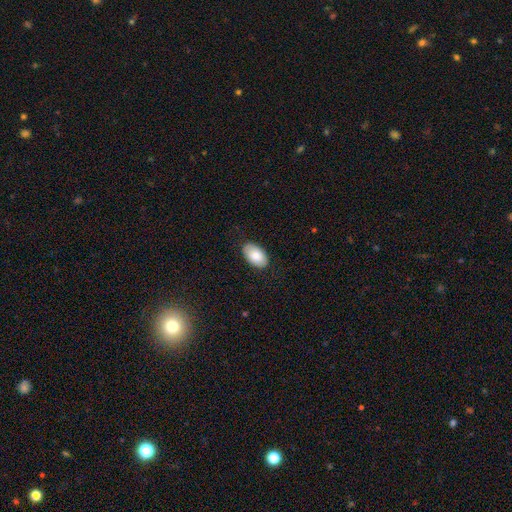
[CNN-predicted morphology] A smooth galaxy with no disk features (82%) that is in between round and cigar-shaped (94%). Merging: none (86%).